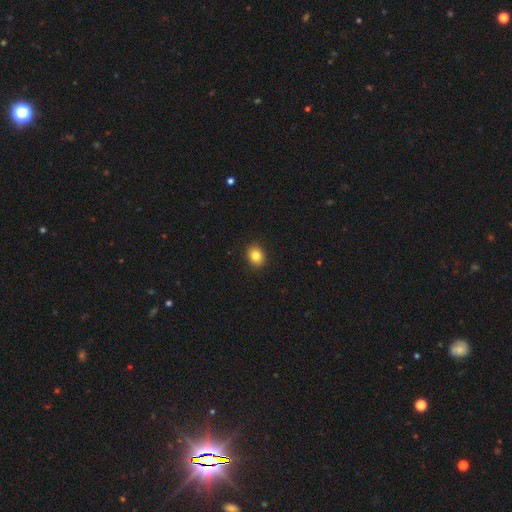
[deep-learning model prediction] A smooth galaxy with no disk features (84%) that is round (61%). Merging: none (92%).